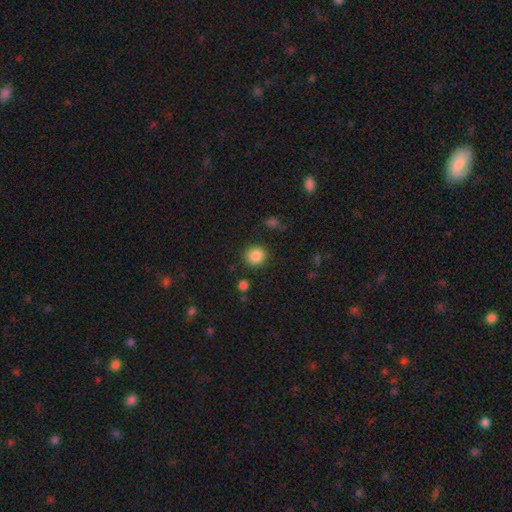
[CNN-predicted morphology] Smooth or featured? smooth (86%)
How rounded? round (90%)
Merging? none (89%)